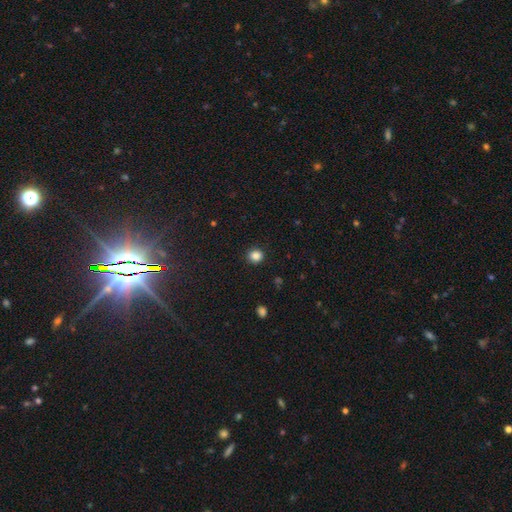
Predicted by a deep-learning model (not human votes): Morphology: type=smooth (86%); roundness=round (88%); merging=none (91%).